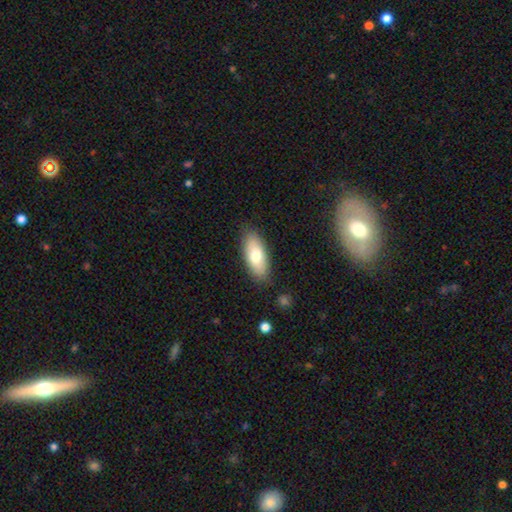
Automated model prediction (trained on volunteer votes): smooth-or-featured: smooth: 74% | featured or disk: 19% | star or artifact: 6%
  how-rounded: in between: 83% | cigar-shaped: 15% | round: 2%
  merging: none: 85% | minor disturbance: 11% | major disturbance: 2% | merger: 1%